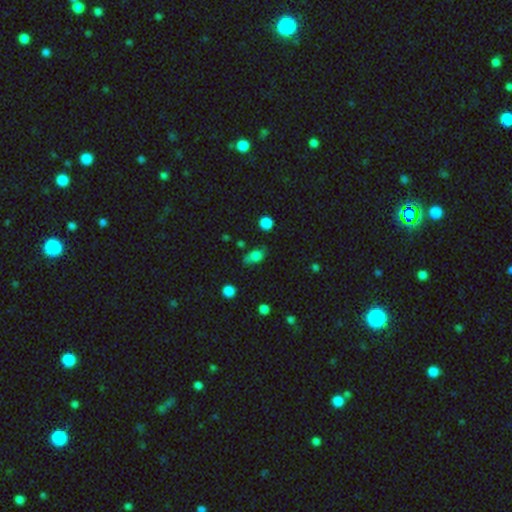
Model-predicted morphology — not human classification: type=smooth (75%); roundness=in between (75%); merging=none (54%).